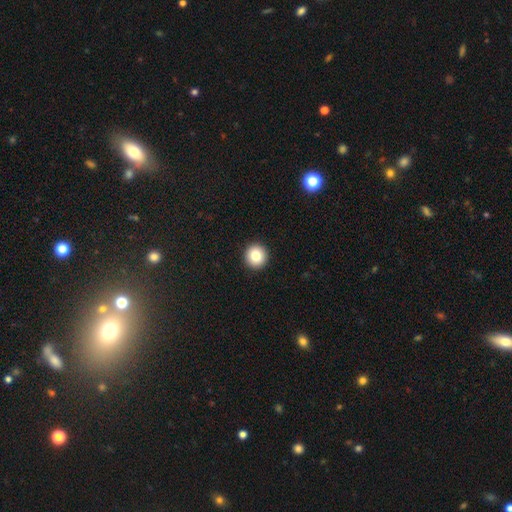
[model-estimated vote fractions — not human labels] A smooth galaxy with no disk features (82%) that is round (94%).

Vote fractions:
- Smooth or featured? smooth: 82% / star or artifact: 10% / featured or disk: 8%
- How rounded? round: 94% / in between: 5% / cigar-shaped: 1%
- Merging? none: 94% / minor disturbance: 4% / major disturbance: 1% / merger: 1%